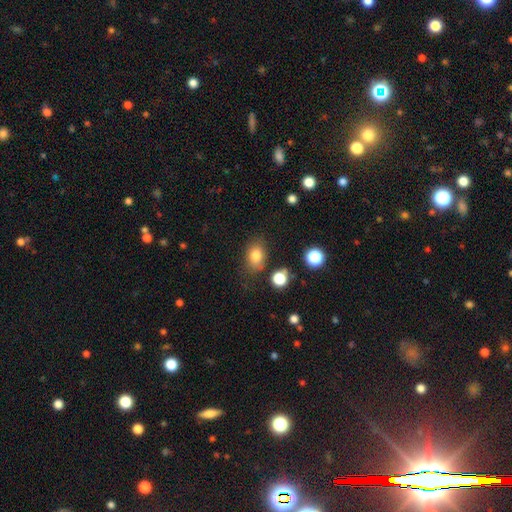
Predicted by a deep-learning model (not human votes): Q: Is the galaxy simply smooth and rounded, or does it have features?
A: smooth — 80%.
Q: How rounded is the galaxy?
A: in between — 69%.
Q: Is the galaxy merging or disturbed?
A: none — 74%.